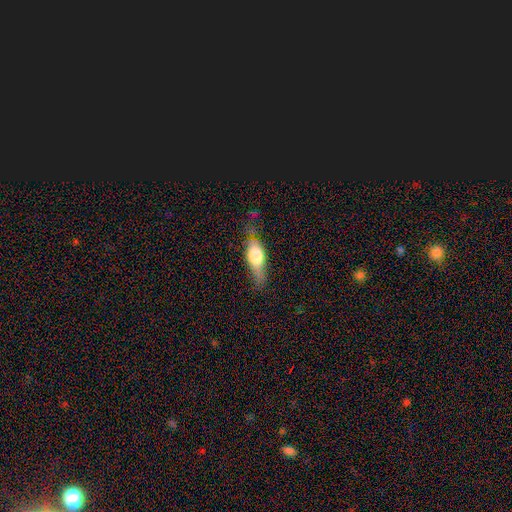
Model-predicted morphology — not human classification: type=smooth (58%); roundness=in between (61%); merging=none (55%).